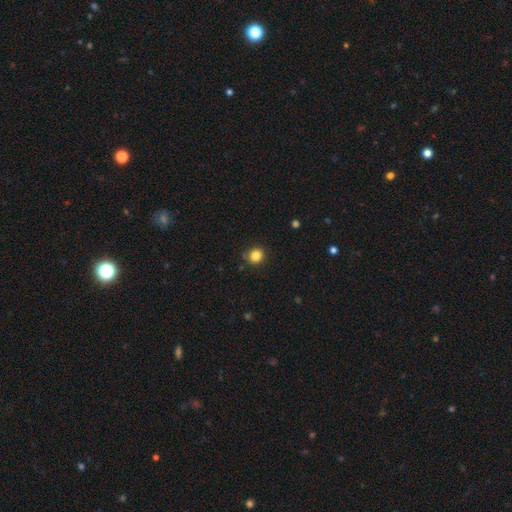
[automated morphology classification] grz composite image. It shows a smooth galaxy with no disk features (84%) that is round (88%). Merging: none (86%).